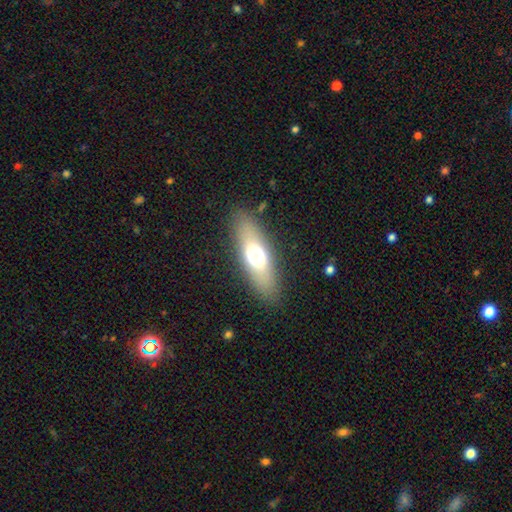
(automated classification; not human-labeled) smooth 61%, featured or disk 29%, star or artifact 9%. Down the decision tree: how rounded — in between (59%); merging — none (86%).